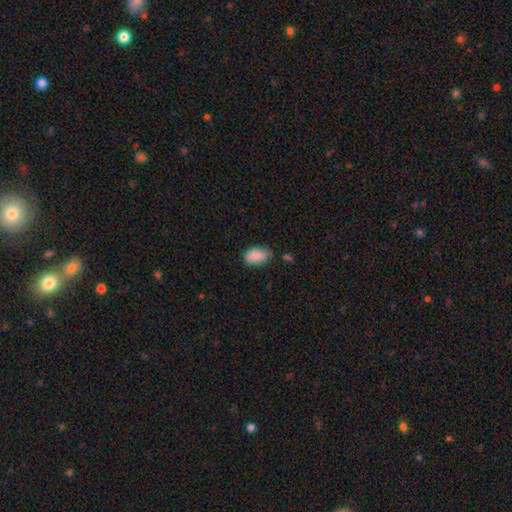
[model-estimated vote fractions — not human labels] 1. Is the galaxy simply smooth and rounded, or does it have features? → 87% smooth, 7% star or artifact, 6% featured or disk.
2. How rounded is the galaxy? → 91% in between, 7% round, 2% cigar-shaped.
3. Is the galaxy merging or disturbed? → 60% none, 31% minor disturbance, 5% major disturbance, 4% merger.